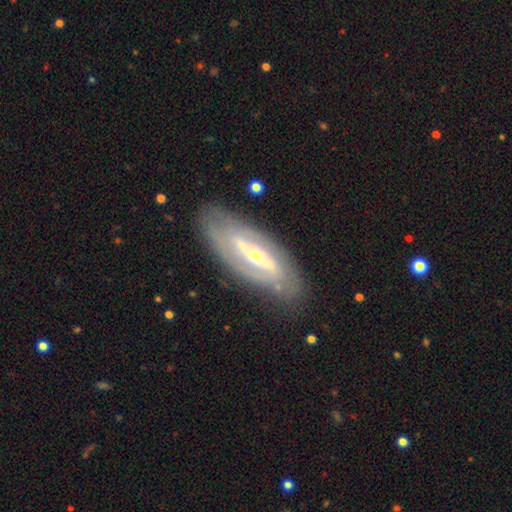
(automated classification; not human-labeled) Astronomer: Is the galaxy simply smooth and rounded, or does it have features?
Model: featured or disk — 81%.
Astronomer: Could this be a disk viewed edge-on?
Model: no — 83%.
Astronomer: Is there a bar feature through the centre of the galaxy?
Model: strong — 51% (runner-up: weak, 30%).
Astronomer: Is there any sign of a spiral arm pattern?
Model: yes — 75%.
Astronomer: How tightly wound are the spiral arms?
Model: tight — 48% (runner-up: medium, 34%).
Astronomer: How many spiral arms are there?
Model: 2 — 62%.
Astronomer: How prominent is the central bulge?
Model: small — 54% (runner-up: moderate, 42%).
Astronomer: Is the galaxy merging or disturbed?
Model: none — 80%.